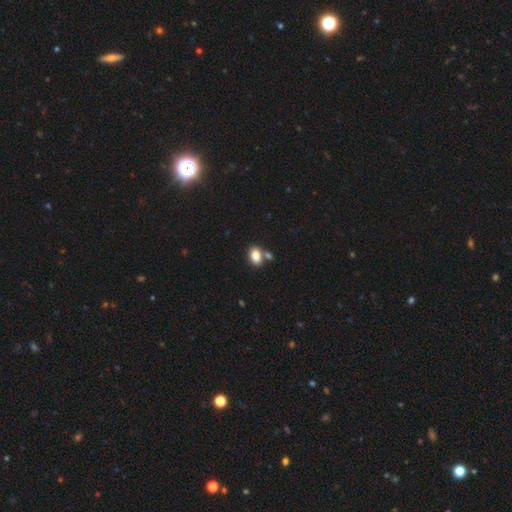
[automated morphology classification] Smooth or featured?
  - smooth: 84% *
  - star or artifact: 9%
  - featured or disk: 6%
How rounded?
  - in between: 81% *
  - round: 18%
  - cigar-shaped: 1%
Merging?
  - none: 65% *
  - merger: 22%
  - minor disturbance: 11%
  - major disturbance: 3%